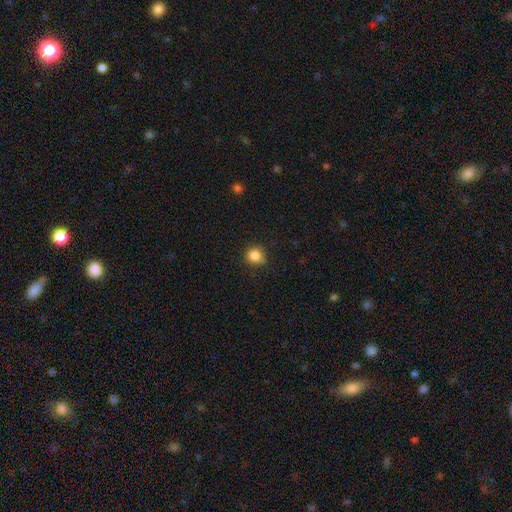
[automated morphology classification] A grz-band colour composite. It shows a smooth galaxy with no disk features (84%) that is round (85%). Merging: none (73%).